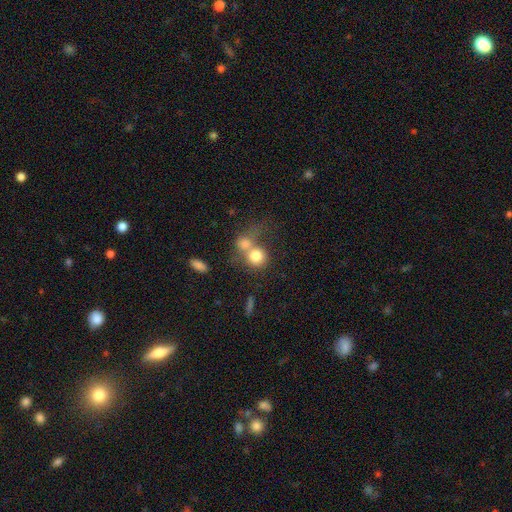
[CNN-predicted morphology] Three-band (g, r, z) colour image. It shows a smooth galaxy with no disk features (77%) that is round (79%). Merging: merger (60%).